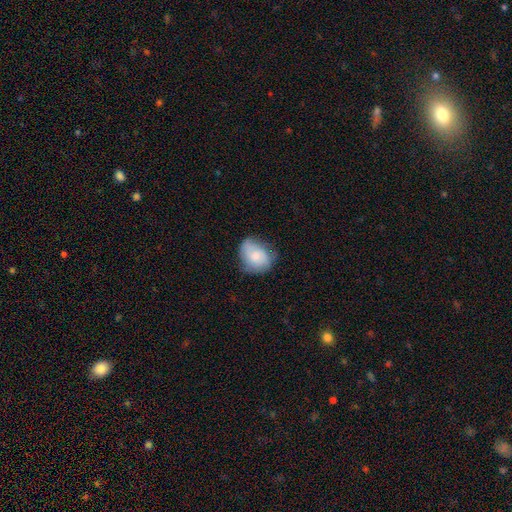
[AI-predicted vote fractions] Smooth or featured: smooth — 65% (featured or disk — 28%)
How rounded: round — 50% (in between — 49%)
Merging: none — 58% (minor disturbance — 32%)